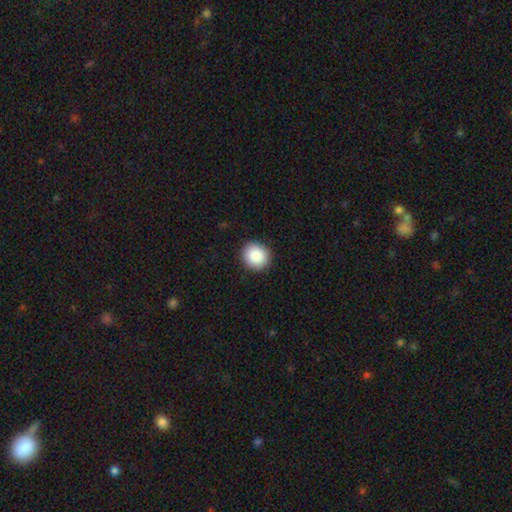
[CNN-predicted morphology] smooth 87%, star or artifact 8%, featured or disk 5%. Down the decision tree: how rounded — round (86%); merging — none (91%).